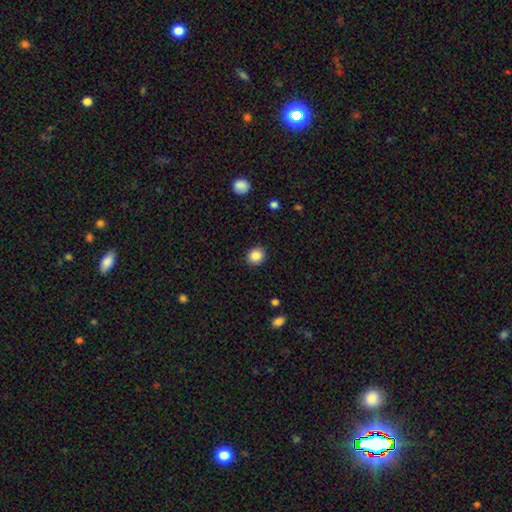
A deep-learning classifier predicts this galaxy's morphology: A smooth galaxy with no disk features (86%) that is round (81%). Merging: none (90%).